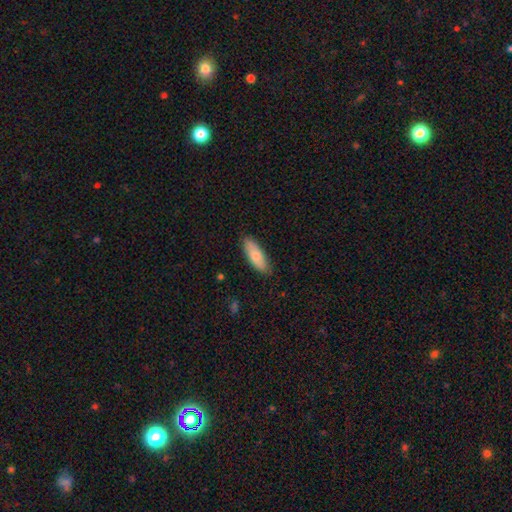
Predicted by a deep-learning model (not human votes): Smooth or featured? Predicted: smooth (p=0.78). How rounded? Predicted: in between (p=0.65). Merging? Predicted: none (p=0.84).